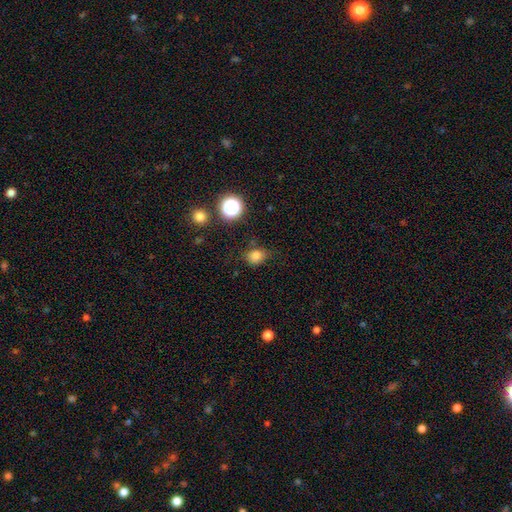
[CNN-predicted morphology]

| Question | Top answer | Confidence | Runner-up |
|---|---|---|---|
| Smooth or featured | smooth | 79% | star or artifact (16%) |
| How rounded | round | 61% | in between (38%) |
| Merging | none | 66% | minor disturbance (24%) |